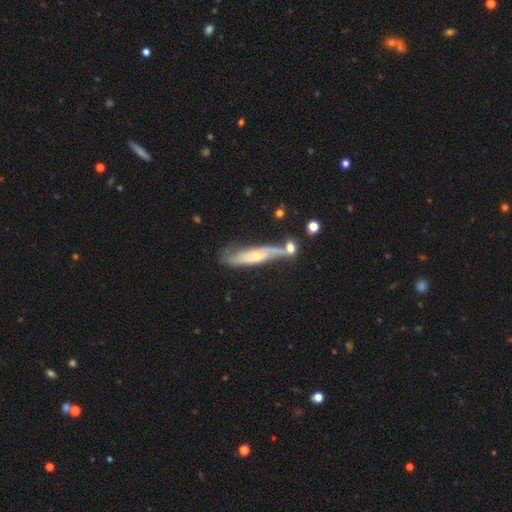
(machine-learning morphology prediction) Overall: featured or disk (63%; smooth 30%). Edge-on disk: yes (52%; no 48%). Merging: none (45%; minor disturbance 24%).